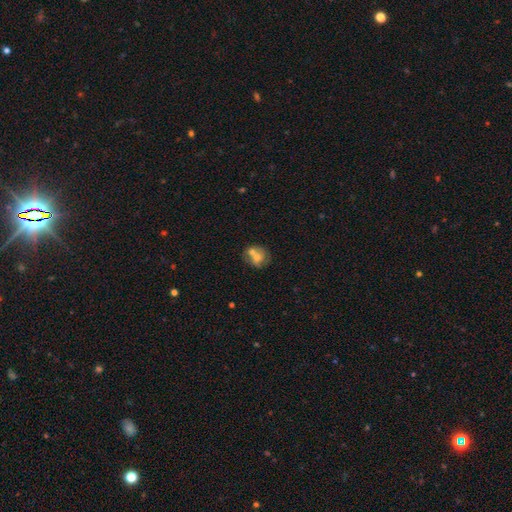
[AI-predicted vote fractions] A smooth galaxy with no disk features (56%) that is round (66%).

Vote fractions:
- Smooth or featured? smooth: 56% / featured or disk: 35% / star or artifact: 9%
- How rounded? round: 66% / in between: 33% / cigar-shaped: 1%
- Merging? merger: 49% / none: 34% / minor disturbance: 11% / major disturbance: 5%